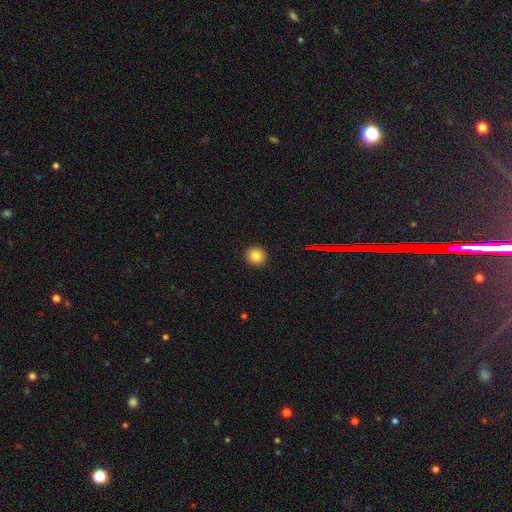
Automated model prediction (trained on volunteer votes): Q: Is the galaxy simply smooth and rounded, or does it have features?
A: smooth — 82%.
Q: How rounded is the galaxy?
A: round — 93%.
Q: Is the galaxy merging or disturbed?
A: none — 93%.